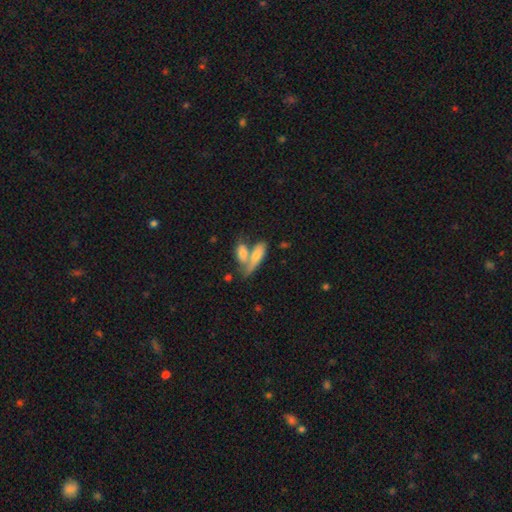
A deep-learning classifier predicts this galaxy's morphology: The model was most divided on "merging": merger: 56%, none: 29%, minor disturbance: 10%, major disturbance: 5%. More confident: smooth or featured — smooth (72%); how rounded — in between (64%).